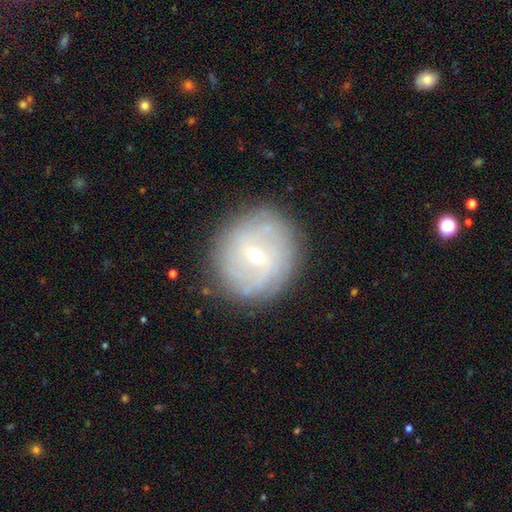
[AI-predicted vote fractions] Q: Smooth or featured?
A: featured or disk (62%); runner-up: smooth (29%)
Q: Edge-on disk?
A: no (96%); runner-up: yes (4%)
Q: Bar?
A: weak (61%); runner-up: no (23%)
Q: Spiral arms?
A: yes (71%); runner-up: no (29%)
Q: Bulge size?
A: small (65%); runner-up: moderate (31%)
Q: Merging?
A: none (82%); runner-up: minor disturbance (12%)